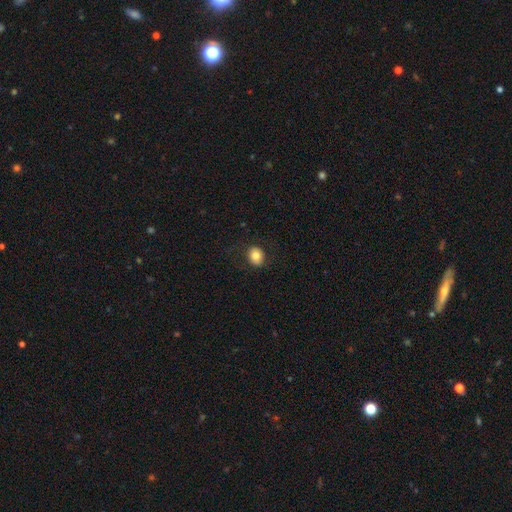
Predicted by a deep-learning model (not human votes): Overall: smooth (79%). How rounded: round (63%; in between 36%). Merging: none (85%).